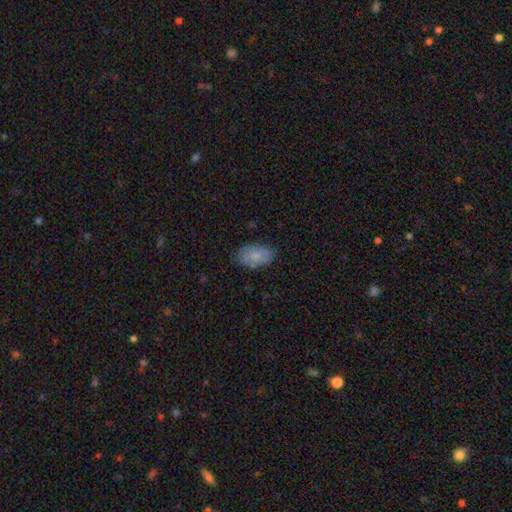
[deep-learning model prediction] Smooth or featured: smooth — 80% (featured or disk — 14%)
How rounded: in between — 92% (round — 6%)
Merging: none — 79% (minor disturbance — 16%)